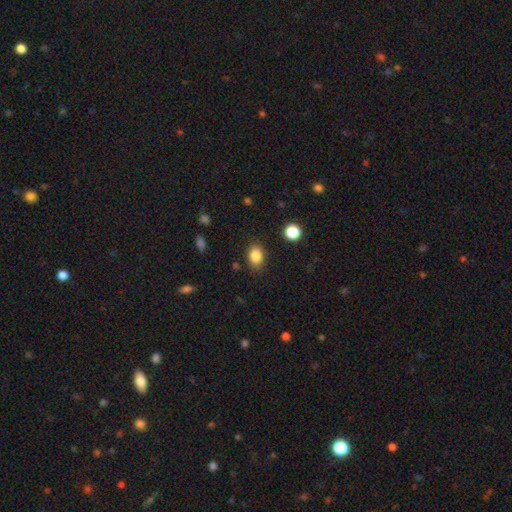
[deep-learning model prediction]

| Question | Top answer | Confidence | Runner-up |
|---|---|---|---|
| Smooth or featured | smooth | 85% | star or artifact (10%) |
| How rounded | in between | 69% | round (30%) |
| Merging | none | 85% | minor disturbance (11%) |